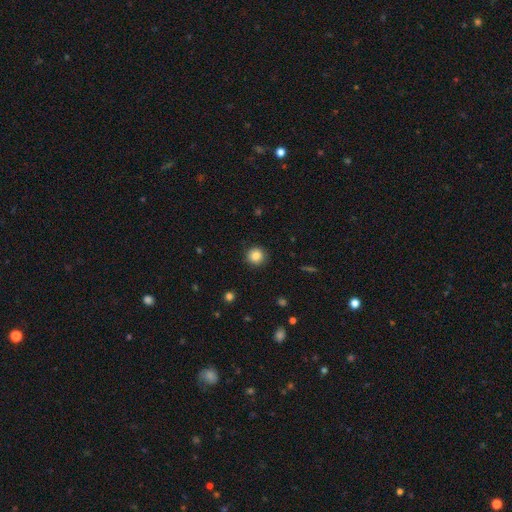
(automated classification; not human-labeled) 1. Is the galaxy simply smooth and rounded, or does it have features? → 84% smooth, 10% star or artifact, 5% featured or disk.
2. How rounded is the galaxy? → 94% round, 5% in between, 1% cigar-shaped.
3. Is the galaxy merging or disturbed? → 90% none, 6% minor disturbance, 2% major disturbance, 1% merger.